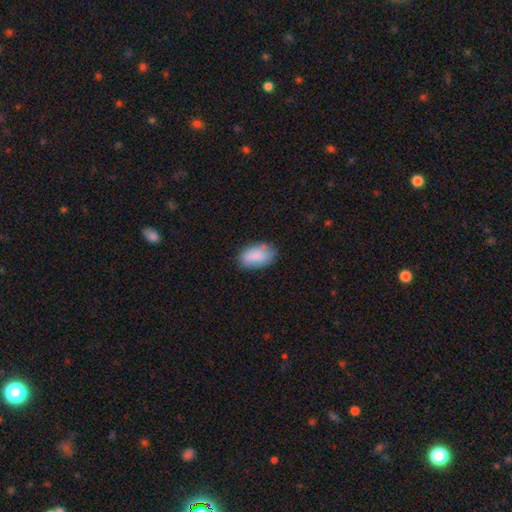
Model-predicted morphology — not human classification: type=smooth (87%); roundness=in between (93%); merging=none (77%).